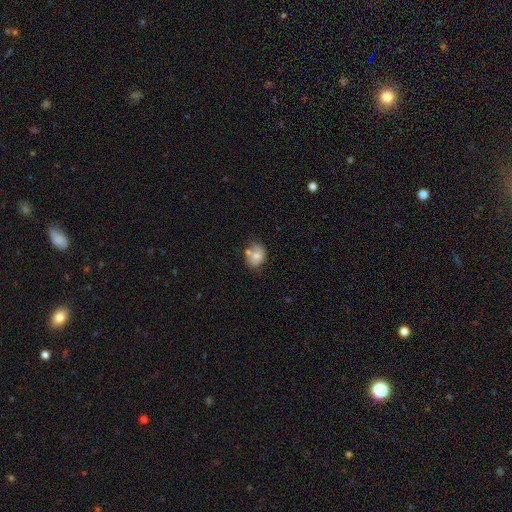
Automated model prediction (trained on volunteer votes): This is likely a smooth galaxy (66%). How rounded: possibly in between (53%). Merging: possibly none (52%).